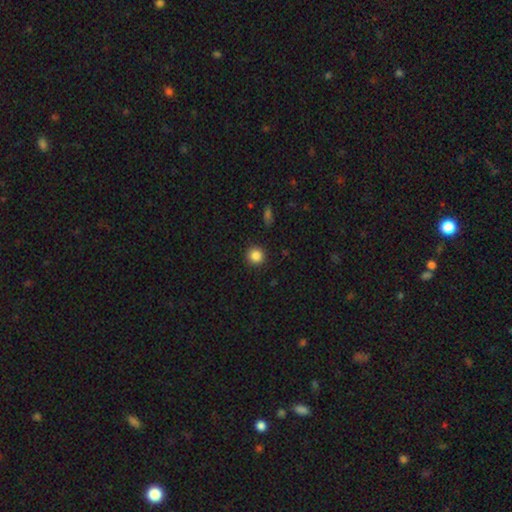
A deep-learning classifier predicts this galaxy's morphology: Q: Smooth or featured?
A: smooth (86%); runner-up: star or artifact (10%)
Q: How rounded?
A: round (93%); runner-up: in between (6%)
Q: Merging?
A: none (92%); runner-up: minor disturbance (5%)